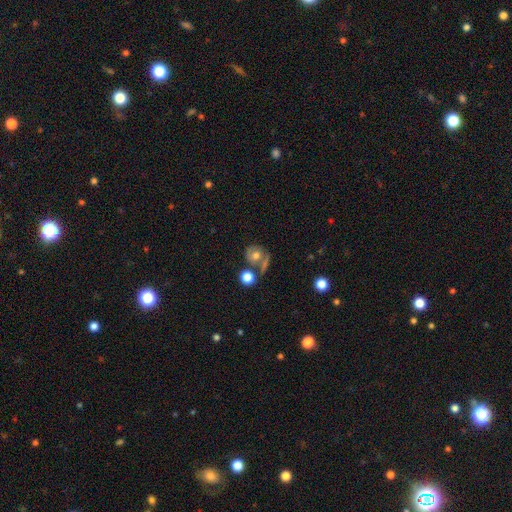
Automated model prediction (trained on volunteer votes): smooth-or-featured: smooth: 56% | featured or disk: 34% | star or artifact: 10%
  how-rounded: round: 75% | in between: 23% | cigar-shaped: 2%
  merging: none: 51% | merger: 24% | minor disturbance: 15% | major disturbance: 10%